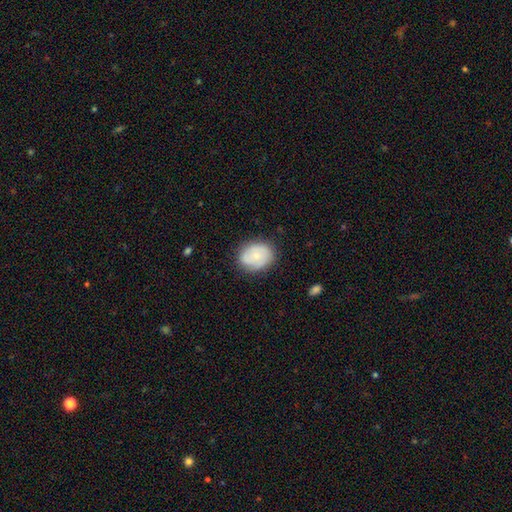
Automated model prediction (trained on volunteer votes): Smooth or featured? smooth (58%)
How rounded? in between (51%)
Merging? none (78%)